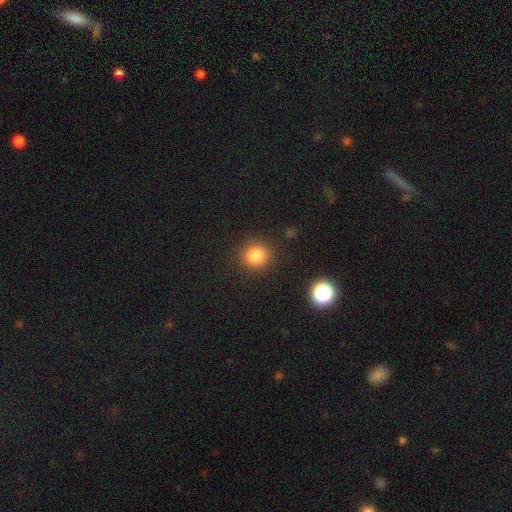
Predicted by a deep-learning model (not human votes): The model was most divided on "smooth or featured": smooth: 84%, star or artifact: 12%, featured or disk: 5%. More confident: how rounded — round (91%); merging — none (89%).